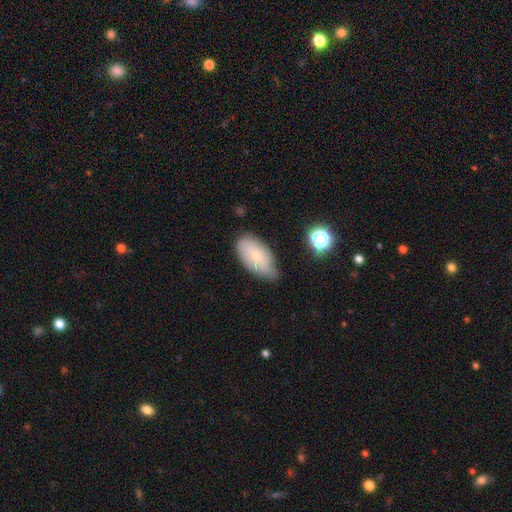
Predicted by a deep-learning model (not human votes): smooth-or-featured: smooth: 64% | featured or disk: 27% | star or artifact: 9%
  how-rounded: in between: 93% | round: 5% | cigar-shaped: 3%
  merging: none: 56% | minor disturbance: 35% | major disturbance: 7% | merger: 3%